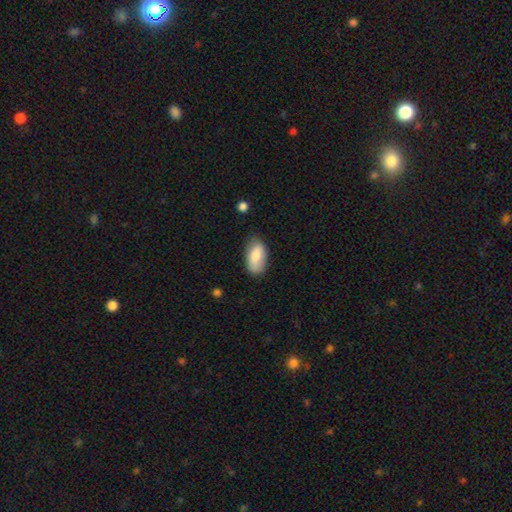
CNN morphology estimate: A smooth galaxy with no disk features (79%) that is in between round and cigar-shaped (94%).

Vote fractions:
- Smooth or featured? smooth: 79% / featured or disk: 15% / star or artifact: 6%
- How rounded? in between: 94% / round: 3% / cigar-shaped: 3%
- Merging? none: 76% / minor disturbance: 19% / major disturbance: 4% / merger: 2%